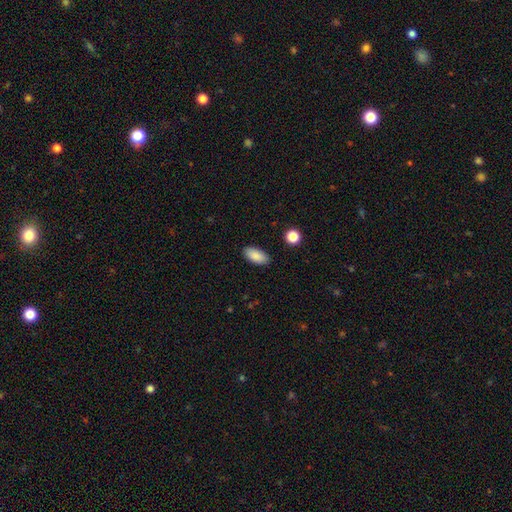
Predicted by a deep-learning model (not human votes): Smooth or featured? Predicted: smooth (p=0.88). How rounded? Predicted: in between (p=0.92). Merging? Predicted: none (p=0.89).